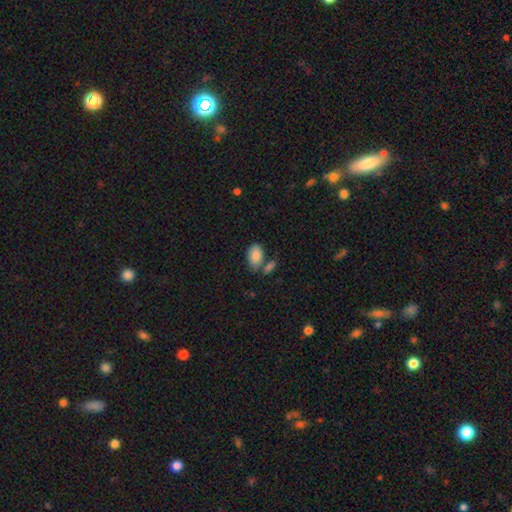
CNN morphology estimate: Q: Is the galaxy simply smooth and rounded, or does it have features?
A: smooth — 86%.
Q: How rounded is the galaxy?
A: in between — 92%.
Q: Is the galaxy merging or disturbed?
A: none — 58%.